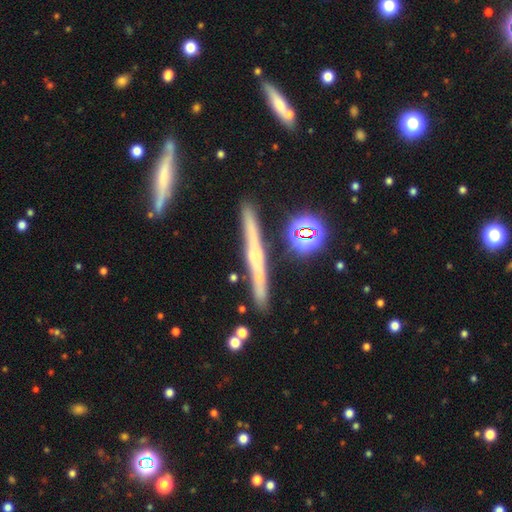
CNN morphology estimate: Q: Smooth or featured?
A: featured or disk (62%); runner-up: smooth (26%)
Q: Edge-on disk?
A: yes (95%); runner-up: no (5%)
Q: Edge-on bulge?
A: none (55%); runner-up: rounded (36%)
Q: Merging?
A: none (85%); runner-up: minor disturbance (10%)